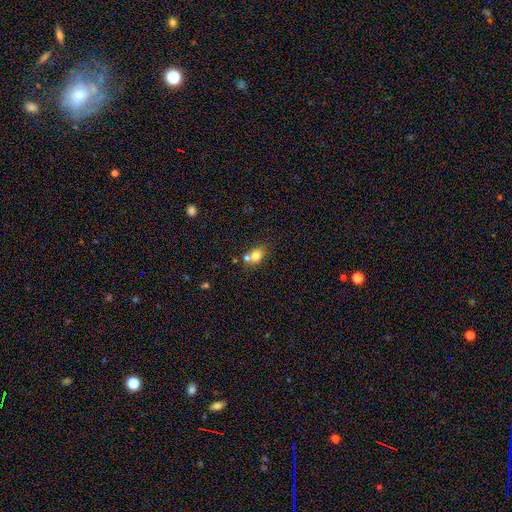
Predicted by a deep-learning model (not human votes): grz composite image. It shows a smooth galaxy with no disk features (76%) that is round (52%). Merging: none (44%).